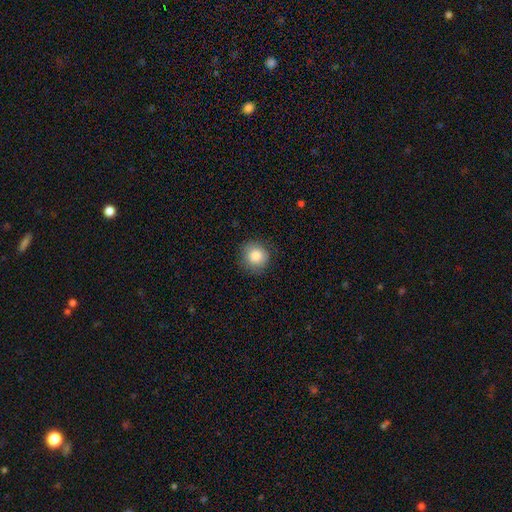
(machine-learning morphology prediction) Q: Smooth or featured?
A: smooth (84%); runner-up: star or artifact (9%)
Q: How rounded?
A: round (90%); runner-up: in between (9%)
Q: Merging?
A: none (84%); runner-up: minor disturbance (12%)